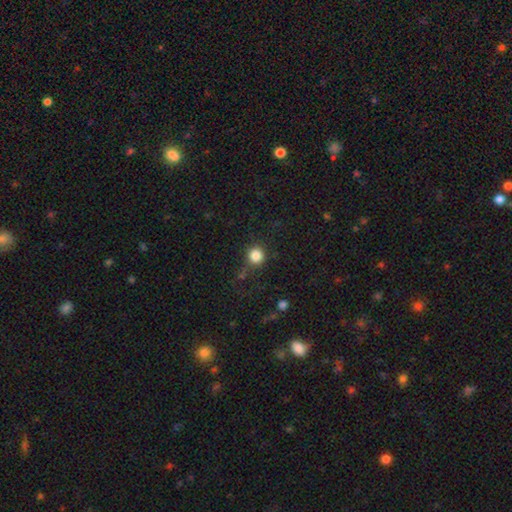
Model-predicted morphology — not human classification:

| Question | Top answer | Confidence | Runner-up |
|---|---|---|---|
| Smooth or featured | smooth | 85% | star or artifact (11%) |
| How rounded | round | 92% | in between (7%) |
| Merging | none | 82% | minor disturbance (11%) |